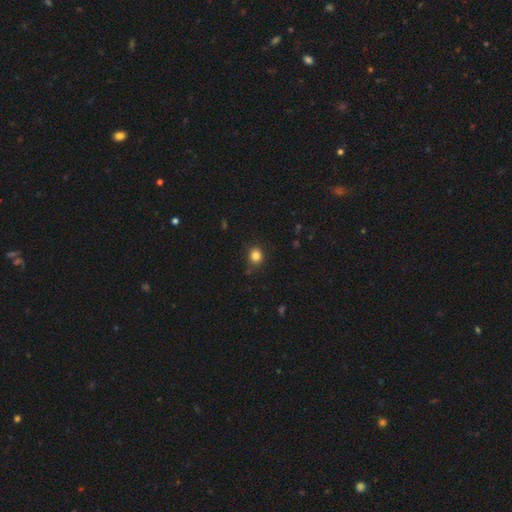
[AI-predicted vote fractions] Smooth or featured? smooth (83%)
How rounded? round (79%)
Merging? none (87%)